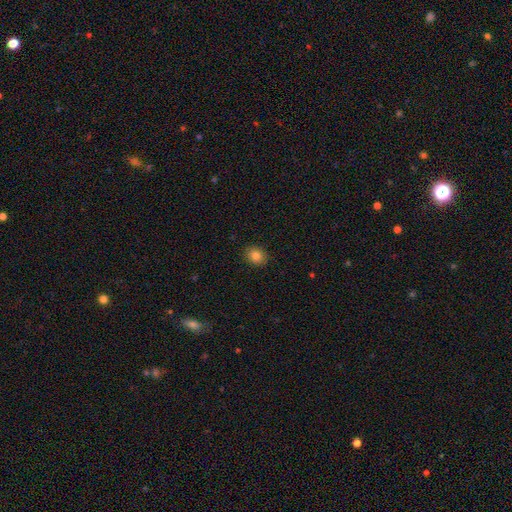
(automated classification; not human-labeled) The model was most divided on "how rounded": round: 69%, in between: 30%, cigar-shaped: 1%. More confident: merging — none (90%); smooth or featured — smooth (83%).